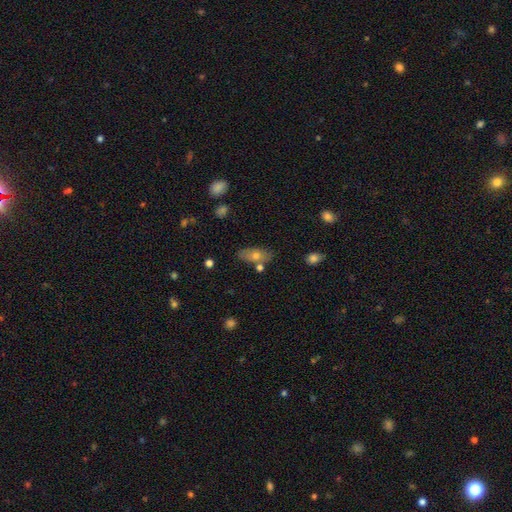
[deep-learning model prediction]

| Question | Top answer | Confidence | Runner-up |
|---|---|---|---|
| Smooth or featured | smooth | 68% | featured or disk (23%) |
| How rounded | in between | 82% | cigar-shaped (13%) |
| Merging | none | 71% | minor disturbance (15%) |